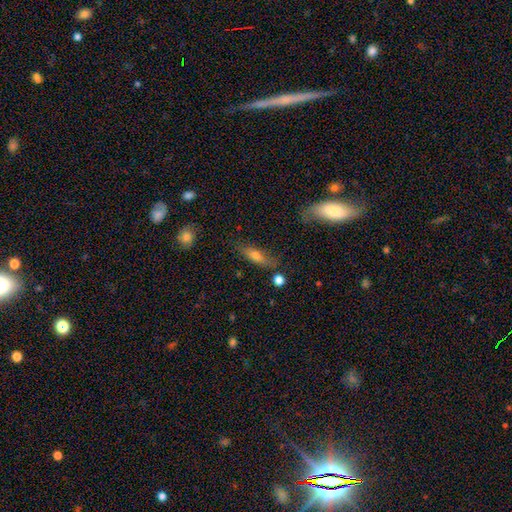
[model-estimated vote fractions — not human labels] Smooth or featured: smooth — 57% (featured or disk — 34%)
How rounded: cigar-shaped — 54% (in between — 42%)
Merging: none — 71% (minor disturbance — 19%)